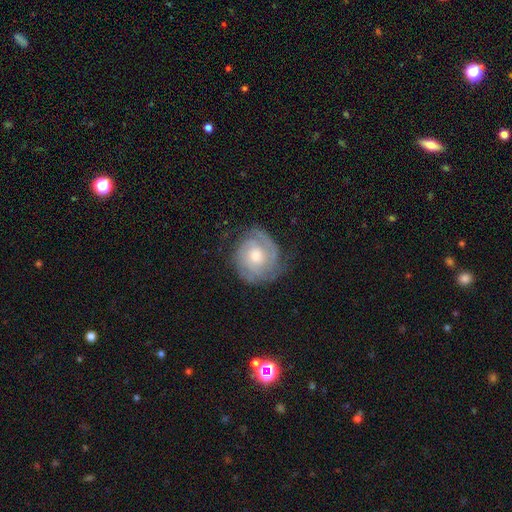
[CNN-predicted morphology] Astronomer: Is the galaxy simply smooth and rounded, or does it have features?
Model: featured or disk — 80%.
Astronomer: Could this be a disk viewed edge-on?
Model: no — 98%.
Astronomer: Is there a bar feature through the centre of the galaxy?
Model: no — 74%.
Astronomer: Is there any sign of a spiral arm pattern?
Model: yes — 94%.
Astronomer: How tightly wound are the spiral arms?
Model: tight — 69%.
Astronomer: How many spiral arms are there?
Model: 2 — 37% (runner-up: can't tell, 27%).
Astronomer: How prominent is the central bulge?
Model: moderate — 67%.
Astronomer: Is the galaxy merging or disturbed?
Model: none — 74%.